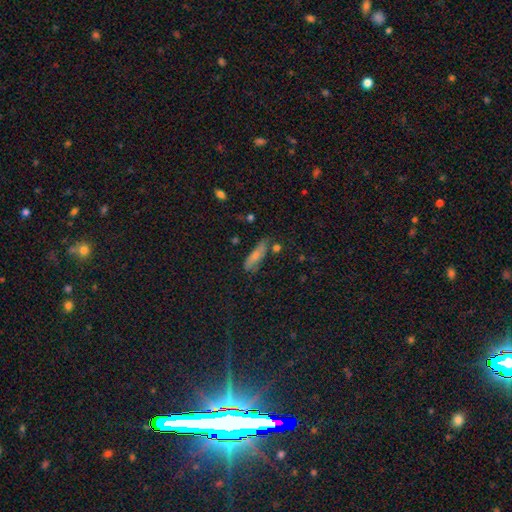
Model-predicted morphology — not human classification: smooth_or_featured: smooth (p=0.70) [alt: featured or disk p=0.21]
how_rounded: cigar-shaped (p=0.55) [alt: in between p=0.42]
merging: none (p=0.61) [alt: minor disturbance p=0.25]